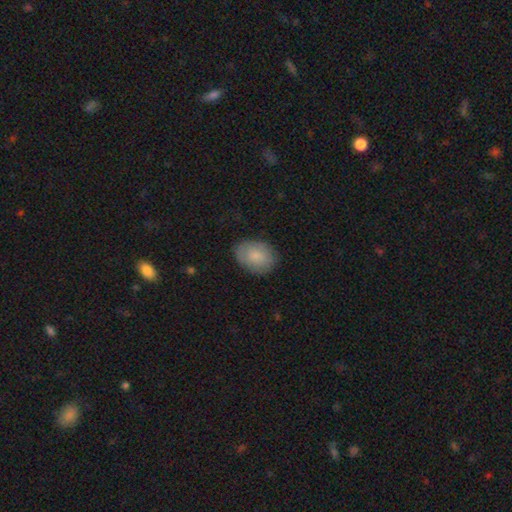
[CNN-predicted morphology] type=smooth (83%); roundness=in between (75%); merging=none (82%).